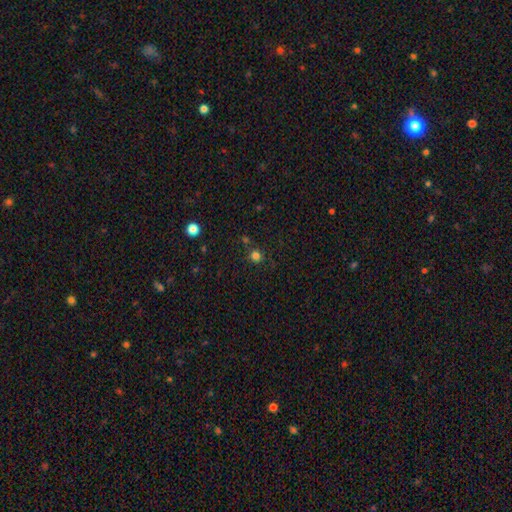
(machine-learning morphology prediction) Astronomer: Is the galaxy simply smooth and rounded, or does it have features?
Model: smooth — 77%.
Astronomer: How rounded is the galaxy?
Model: round — 92%.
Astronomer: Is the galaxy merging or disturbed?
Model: none — 82%.